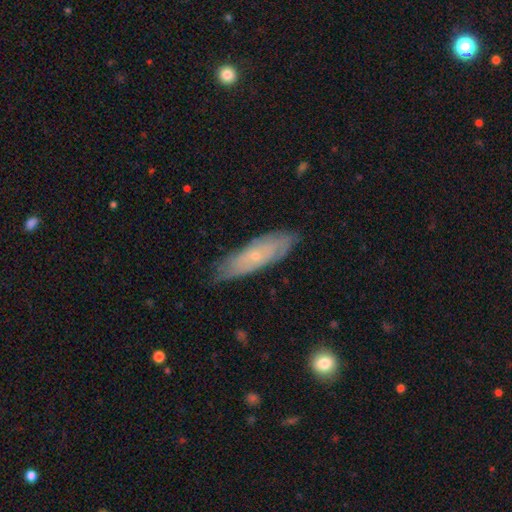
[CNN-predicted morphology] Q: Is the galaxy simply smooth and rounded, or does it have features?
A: featured or disk — 55%.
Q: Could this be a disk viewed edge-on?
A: no — 71%.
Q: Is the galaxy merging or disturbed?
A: none — 78%.